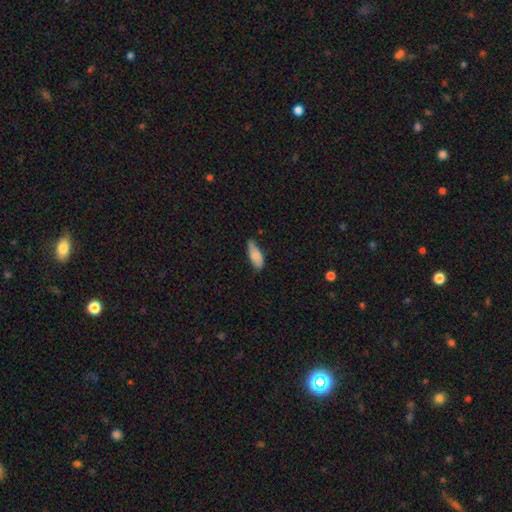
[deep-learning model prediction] This appears to be a smooth galaxy with no disk features (80%) that is in between round and cigar-shaped (77%). Merging: none (54%).